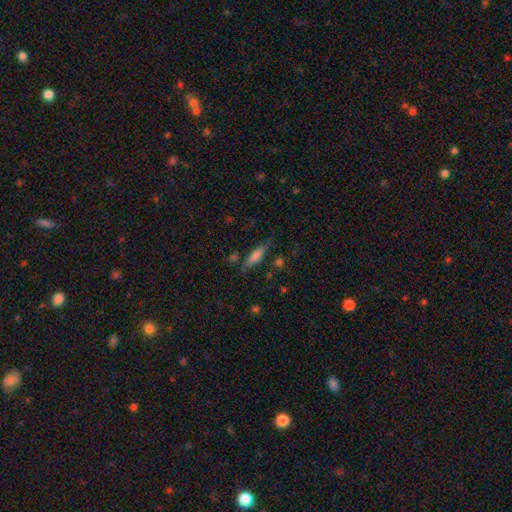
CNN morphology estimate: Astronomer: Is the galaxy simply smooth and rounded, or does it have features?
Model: smooth — 65%.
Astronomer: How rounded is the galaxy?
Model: cigar-shaped — 61% (runner-up: in between, 37%).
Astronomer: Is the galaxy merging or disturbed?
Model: none — 73%.